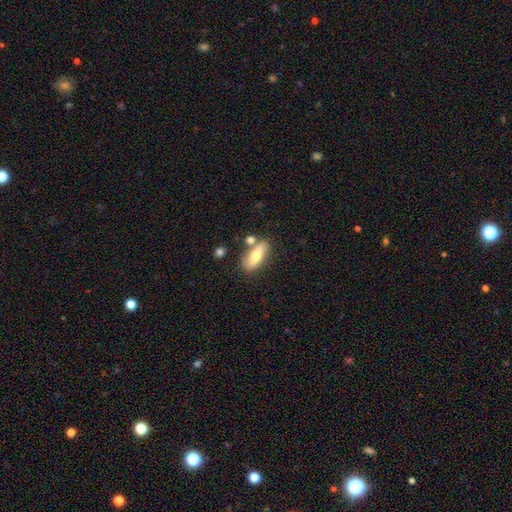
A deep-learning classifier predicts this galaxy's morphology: smooth-or-featured: smooth: 61% | featured or disk: 32% | star or artifact: 7%
  how-rounded: in between: 68% | cigar-shaped: 29% | round: 3%
  merging: none: 71% | minor disturbance: 14% | merger: 12% | major disturbance: 4%